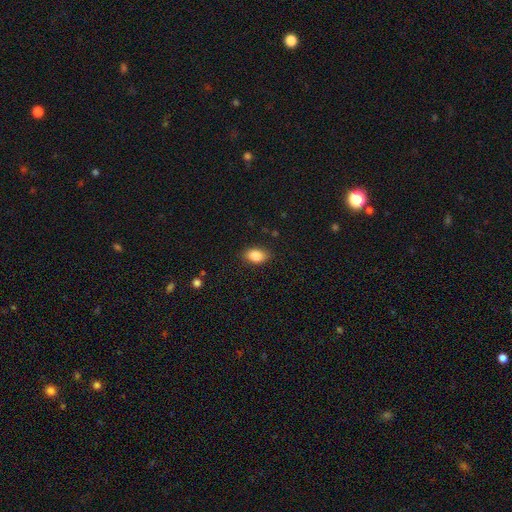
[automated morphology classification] Overall: smooth (86%). How rounded: in between (87%). Merging: none (86%).